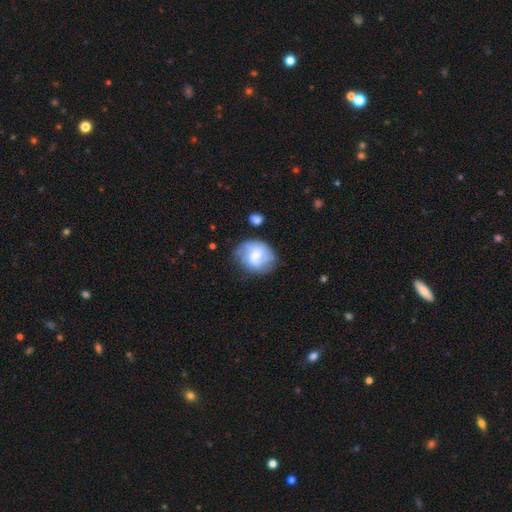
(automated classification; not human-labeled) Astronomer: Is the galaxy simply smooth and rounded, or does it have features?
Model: featured or disk — 47% (runner-up: smooth, 46%).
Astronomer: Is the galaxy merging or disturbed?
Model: none — 54%.